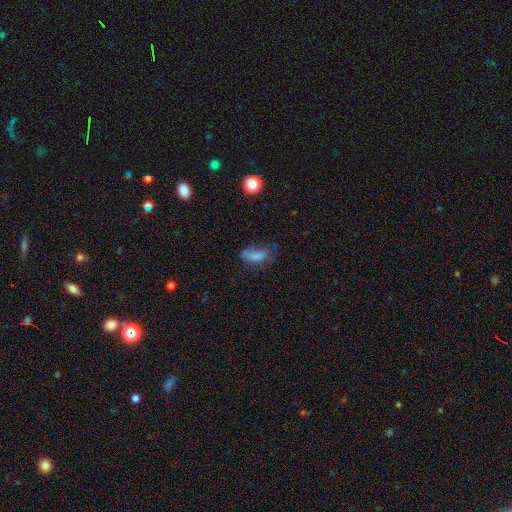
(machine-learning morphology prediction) A smooth galaxy with no disk features (74%) that is in between round and cigar-shaped (79%). Merging: none (41%).